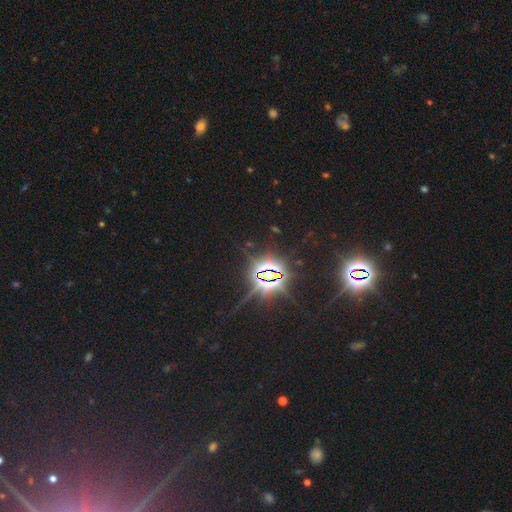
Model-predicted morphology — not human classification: star or artifact 84%, smooth 10%, featured or disk 6%.